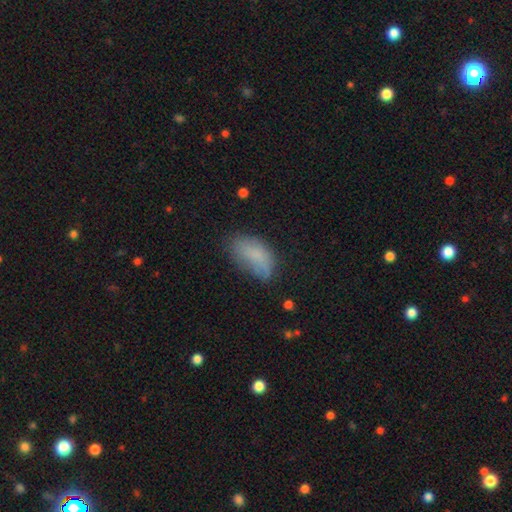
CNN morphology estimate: This appears to be a smooth galaxy with no disk features (78%) that is in between round and cigar-shaped (93%). Merging: none (51%).